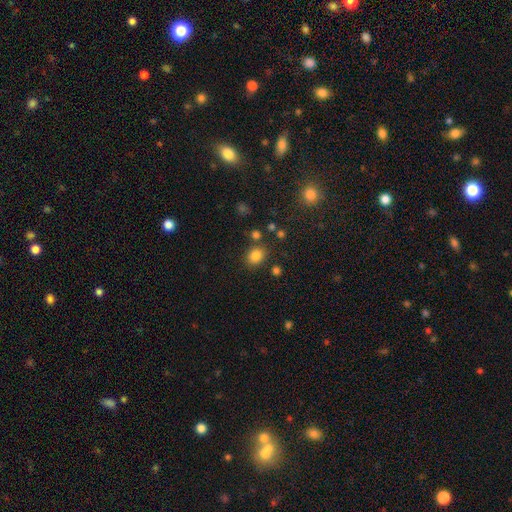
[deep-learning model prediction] The model was most divided on "how rounded": round: 56%, in between: 43%, cigar-shaped: 1%. More confident: smooth or featured — smooth (83%); merging — none (79%).